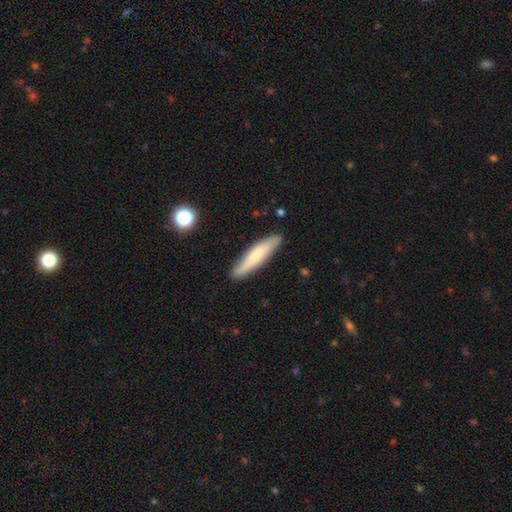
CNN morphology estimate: smooth 58%, featured or disk 36%, star or artifact 6%. Down the decision tree: how rounded — cigar-shaped (81%); merging — none (85%).